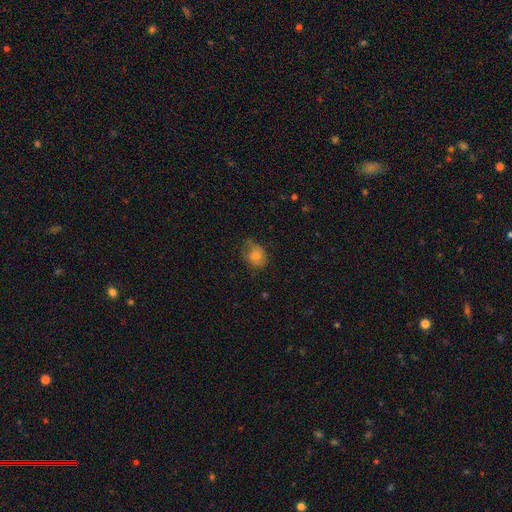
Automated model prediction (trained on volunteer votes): This appears to be a smooth galaxy with no disk features (76%) that is round (58%). Merging: none (64%).